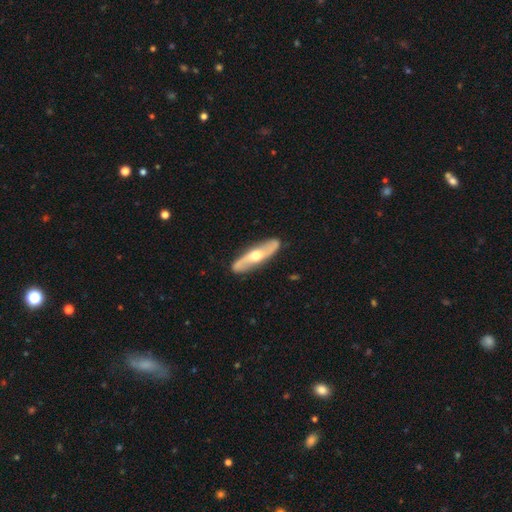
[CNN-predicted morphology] A featured or disk galaxy (74%). Merging: none (87%).